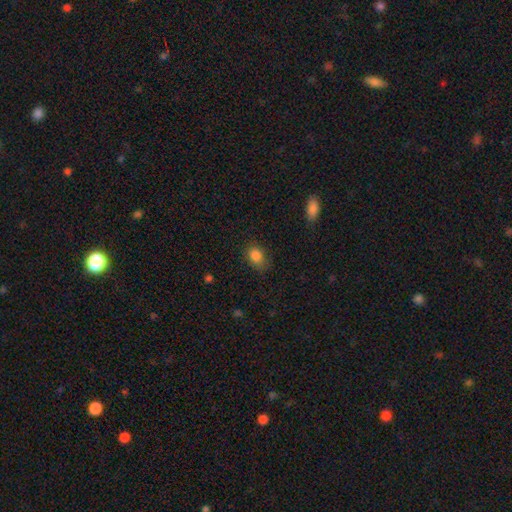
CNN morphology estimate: Q: Smooth or featured?
A: smooth (84%); runner-up: star or artifact (11%)
Q: How rounded?
A: in between (65%); runner-up: round (33%)
Q: Merging?
A: none (73%); runner-up: minor disturbance (21%)